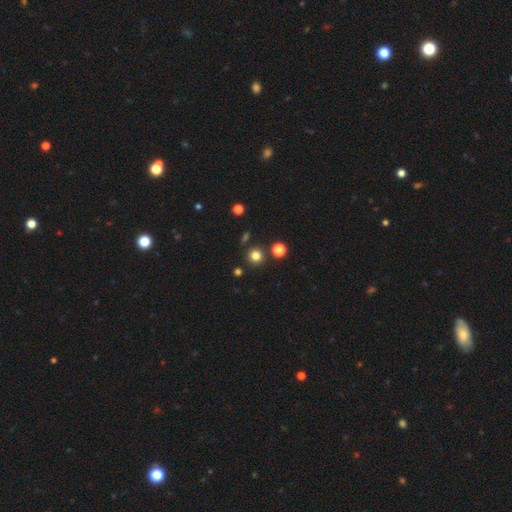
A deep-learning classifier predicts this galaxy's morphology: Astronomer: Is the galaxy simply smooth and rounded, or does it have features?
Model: smooth — 79%.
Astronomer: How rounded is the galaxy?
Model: round — 94%.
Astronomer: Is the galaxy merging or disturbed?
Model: none — 87%.